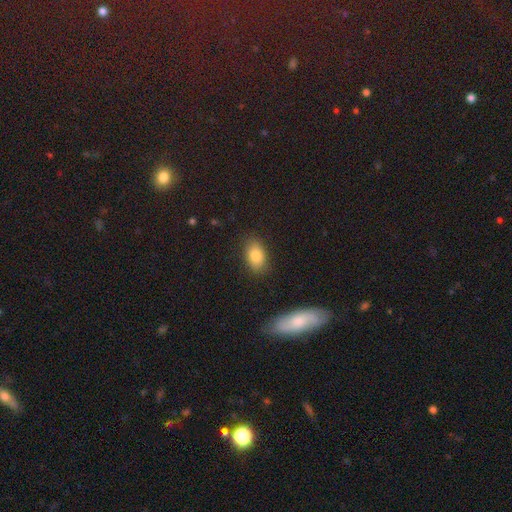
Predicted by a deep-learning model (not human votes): Morphology: type=smooth (82%); roundness=in between (84%); merging=none (84%).